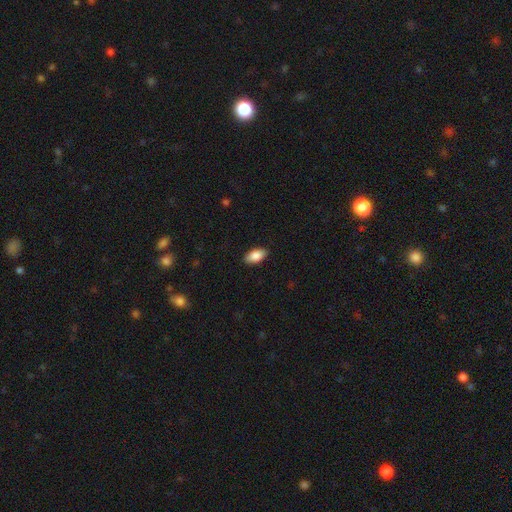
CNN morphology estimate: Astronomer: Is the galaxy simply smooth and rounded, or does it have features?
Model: smooth — 85%.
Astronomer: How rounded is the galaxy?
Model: in between — 92%.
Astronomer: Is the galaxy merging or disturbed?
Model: none — 89%.